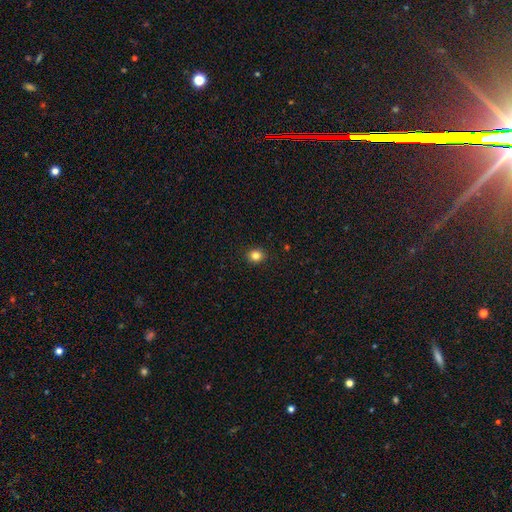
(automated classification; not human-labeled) A smooth galaxy with no disk features (83%) that is round (79%). Merging: none (92%).